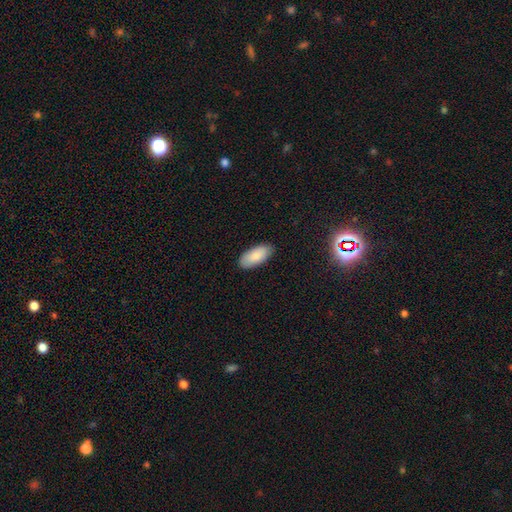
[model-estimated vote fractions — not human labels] Morphology: type=smooth (87%); roundness=in between (91%); merging=none (87%).